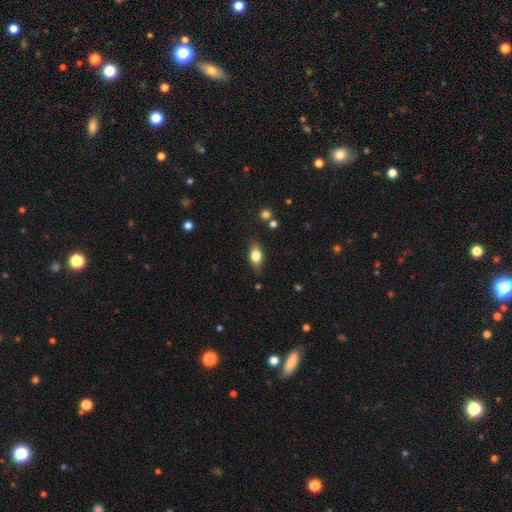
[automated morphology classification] smooth-or-featured: smooth: 75% | featured or disk: 17% | star or artifact: 8%
  how-rounded: in between: 83% | cigar-shaped: 9% | round: 8%
  merging: none: 80% | minor disturbance: 15% | major disturbance: 3% | merger: 2%